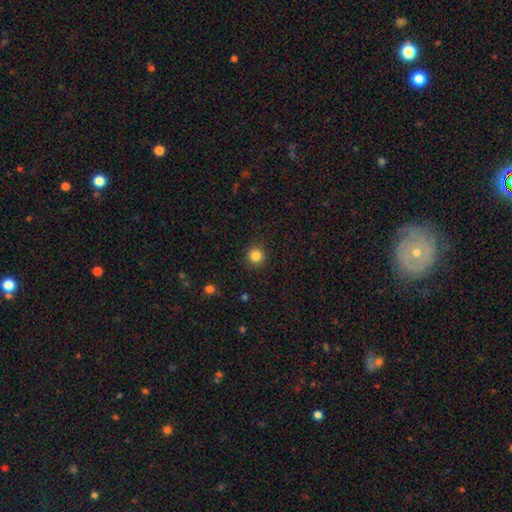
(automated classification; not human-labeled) A smooth galaxy with no disk features (84%) that is round (94%). Merging: none (91%).